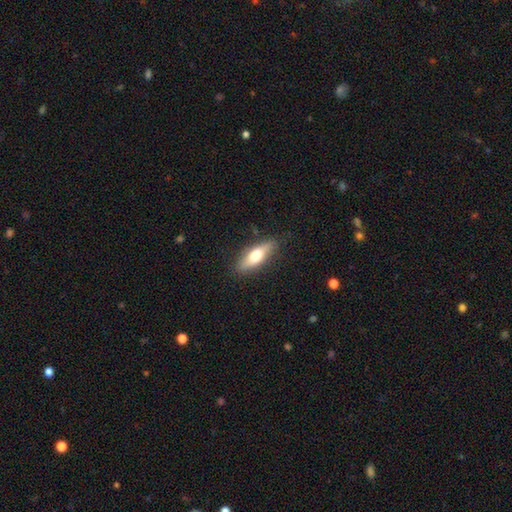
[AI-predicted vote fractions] Smooth or featured? Predicted: smooth (p=0.64). How rounded? Predicted: in between (p=0.53). Merging? Predicted: none (p=0.84).